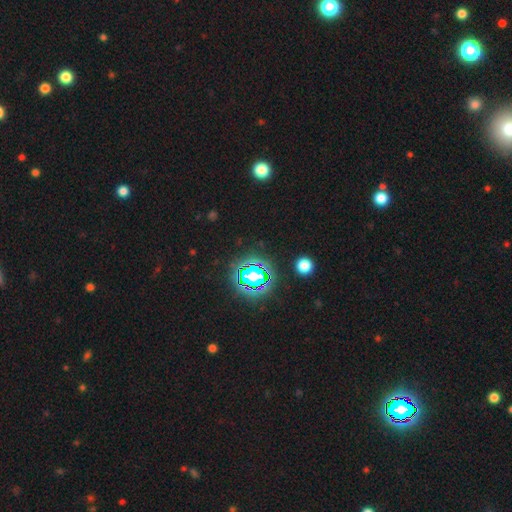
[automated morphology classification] The model was most divided on "smooth or featured": star or artifact: 81%, smooth: 12%, featured or disk: 7%.